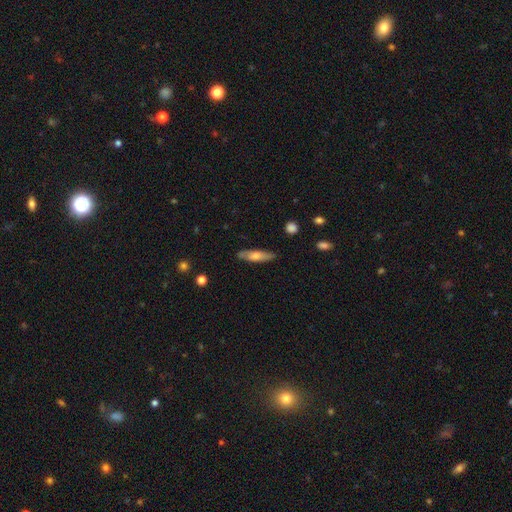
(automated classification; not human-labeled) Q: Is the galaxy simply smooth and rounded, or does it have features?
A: smooth — 61%.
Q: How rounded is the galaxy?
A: cigar-shaped — 68%.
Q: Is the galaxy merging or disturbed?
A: none — 81%.